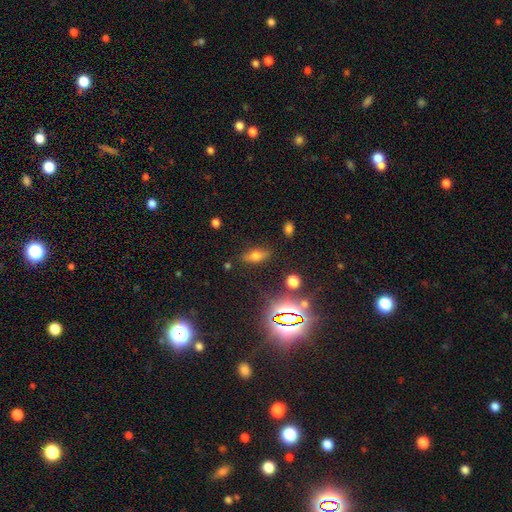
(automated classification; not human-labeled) Overall: smooth (58%; featured or disk 22%). How rounded: in between (73%). Merging: none (82%).